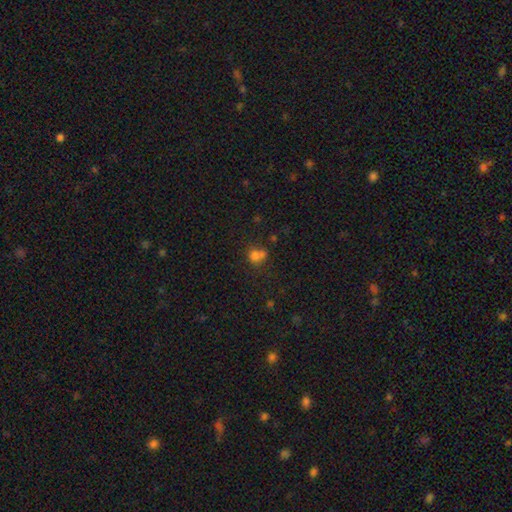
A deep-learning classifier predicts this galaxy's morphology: smooth 72%, star or artifact 16%, featured or disk 12%. Down the decision tree: how rounded — round (72%); merging — merger (48%).